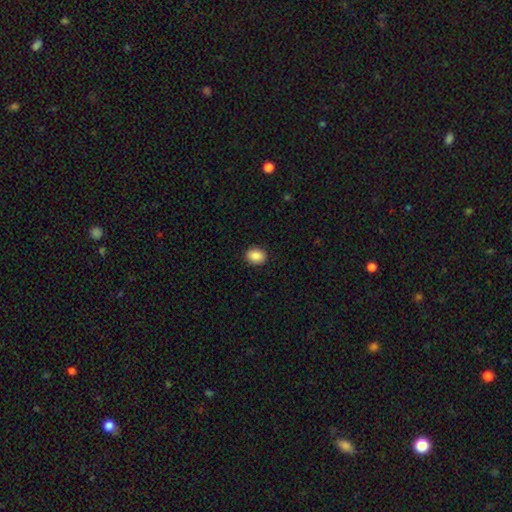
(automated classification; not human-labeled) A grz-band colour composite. It shows a smooth galaxy with no disk features (88%) that is in between round and cigar-shaped (60%). Merging: none (91%).